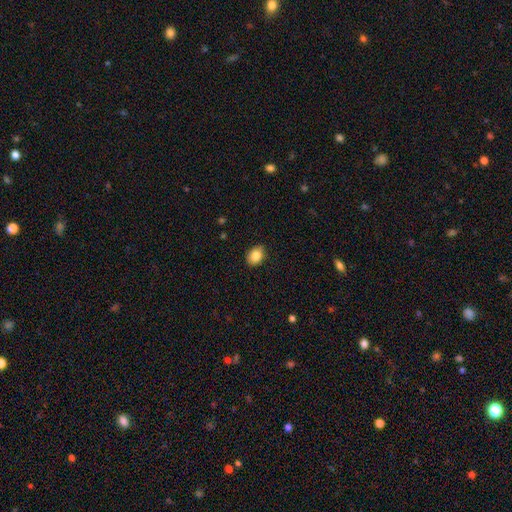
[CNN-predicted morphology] Smooth or featured?
  - smooth: 85% *
  - star or artifact: 8%
  - featured or disk: 7%
How rounded?
  - in between: 68% *
  - round: 31%
  - cigar-shaped: 1%
Merging?
  - none: 86% *
  - minor disturbance: 11%
  - major disturbance: 2%
  - merger: 1%